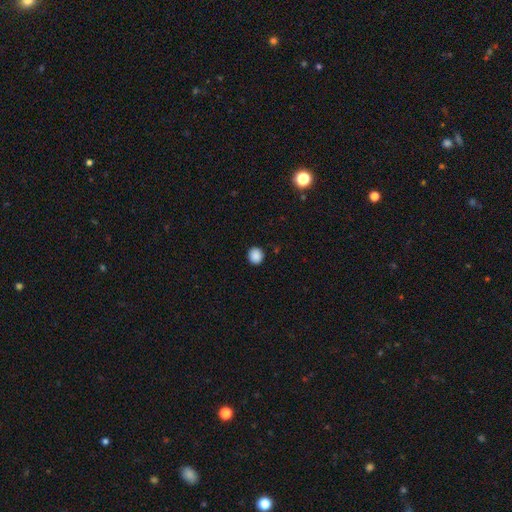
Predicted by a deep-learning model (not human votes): Overall: smooth (88%). How rounded: round (87%). Merging: none (90%).